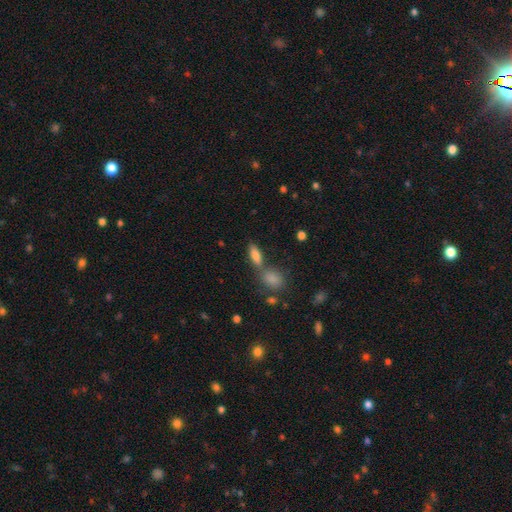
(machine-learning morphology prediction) The model was most divided on "merging": none: 58%, merger: 26%, minor disturbance: 11%, major disturbance: 4%. More confident: smooth or featured — smooth (77%); how rounded — in between (67%).